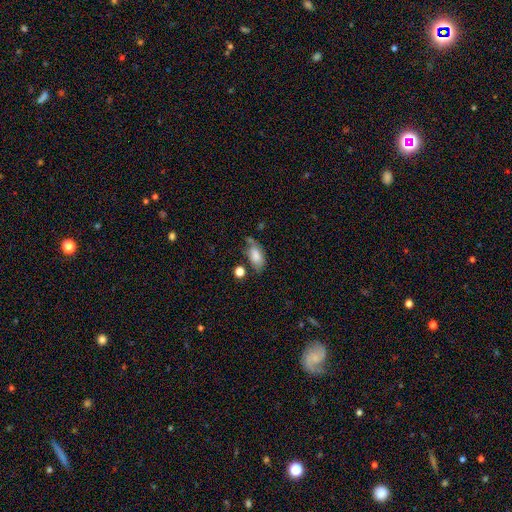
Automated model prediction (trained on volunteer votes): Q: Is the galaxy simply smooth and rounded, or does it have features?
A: smooth — 77%.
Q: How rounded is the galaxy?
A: in between — 90%.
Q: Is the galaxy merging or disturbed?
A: none — 48%.